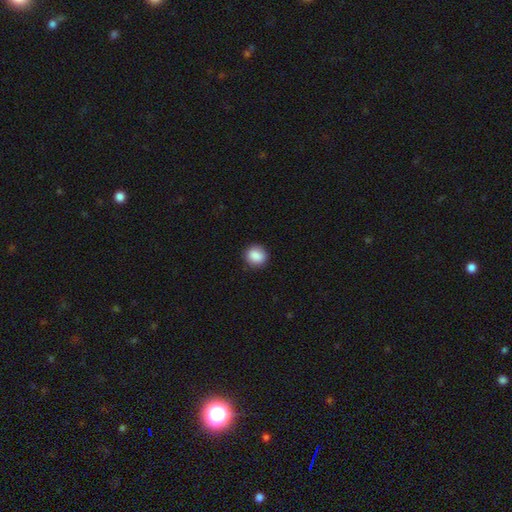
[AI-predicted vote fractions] Morphology: type=smooth (88%); roundness=round (81%); merging=none (88%).